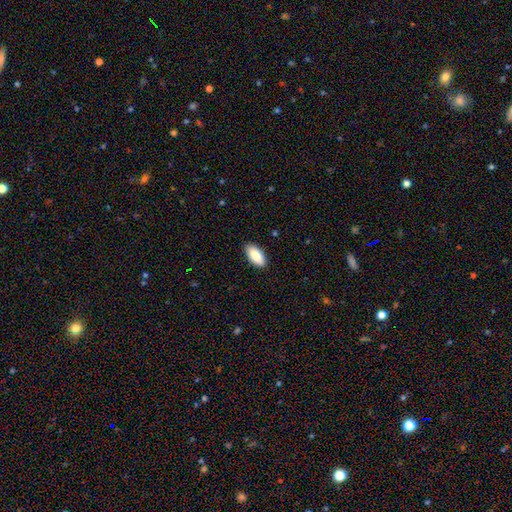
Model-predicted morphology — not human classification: The model was most divided on "merging": none: 89%, minor disturbance: 9%, major disturbance: 2%, merger: 1%. More confident: how rounded — in between (91%); smooth or featured — smooth (89%).